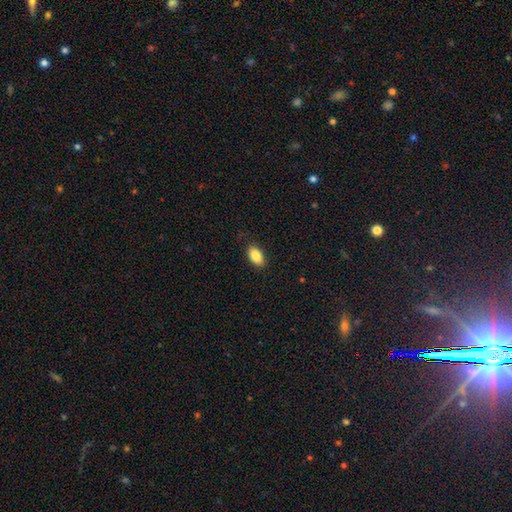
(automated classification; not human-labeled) The model was most divided on "merging": none: 86%, minor disturbance: 11%, major disturbance: 2%, merger: 1%. More confident: how rounded — in between (93%); smooth or featured — smooth (86%).